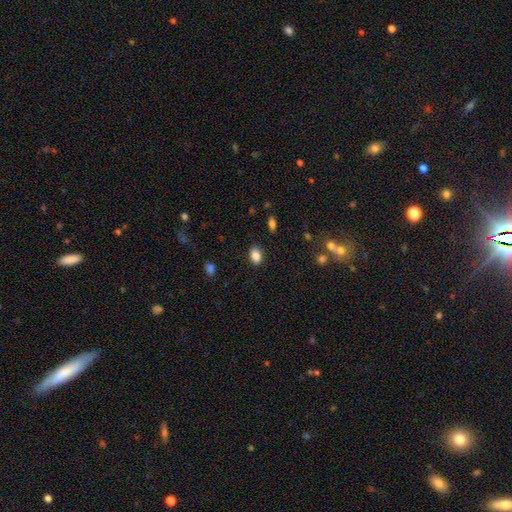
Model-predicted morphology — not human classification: This is clearly a smooth galaxy (87%). How rounded: clearly in between (81%). Merging: clearly none (87%).